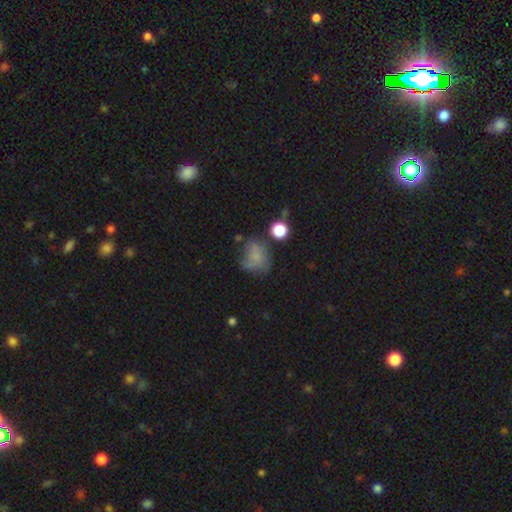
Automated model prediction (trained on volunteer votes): A smooth galaxy with no disk features (60%) that is round (51%). Merging: none (40%).